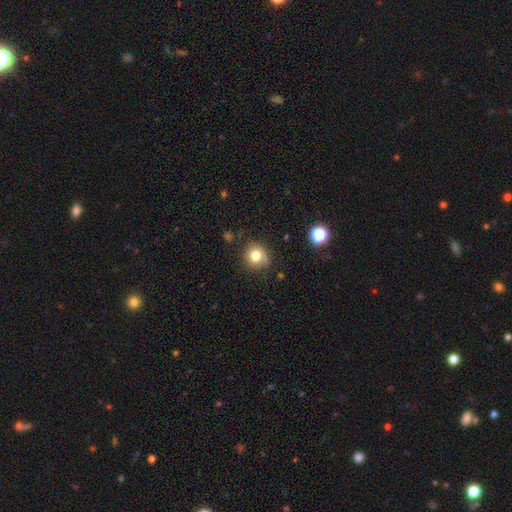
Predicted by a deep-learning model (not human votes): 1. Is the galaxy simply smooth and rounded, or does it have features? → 78% smooth, 13% star or artifact, 9% featured or disk.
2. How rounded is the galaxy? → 89% round, 10% in between, 1% cigar-shaped.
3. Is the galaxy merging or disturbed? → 79% none, 15% minor disturbance, 4% major disturbance, 2% merger.